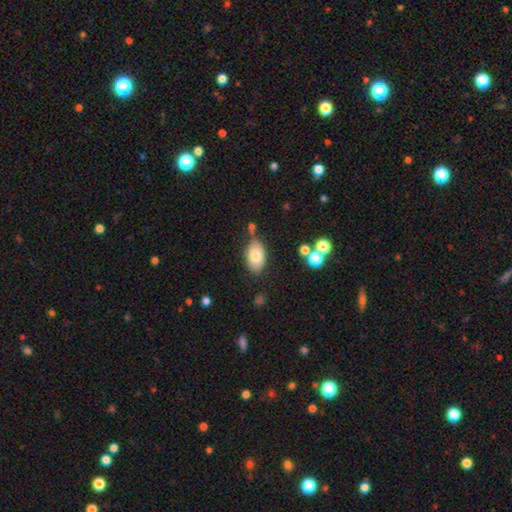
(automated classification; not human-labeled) This is likely a smooth galaxy (77%). How rounded: clearly in between (92%). Merging: likely none (74%).